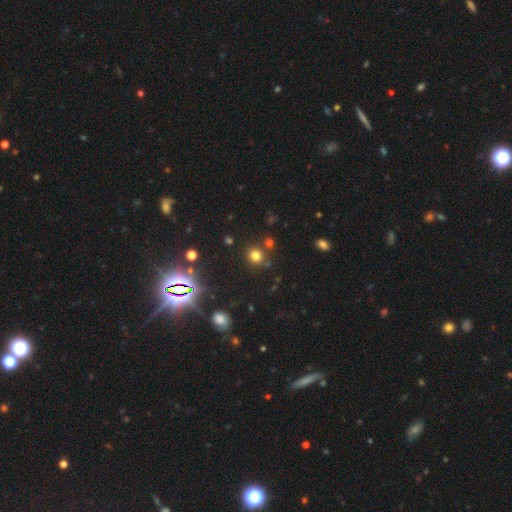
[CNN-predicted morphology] Smooth or featured? Predicted: smooth (p=0.72). How rounded? Predicted: round (p=0.89). Merging? Predicted: none (p=0.78).